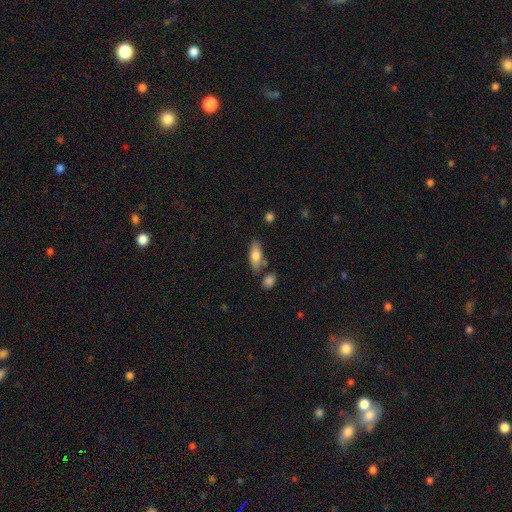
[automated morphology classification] Smooth or featured: smooth — 75% (featured or disk — 19%)
How rounded: in between — 72% (cigar-shaped — 25%)
Merging: none — 69% (minor disturbance — 15%)